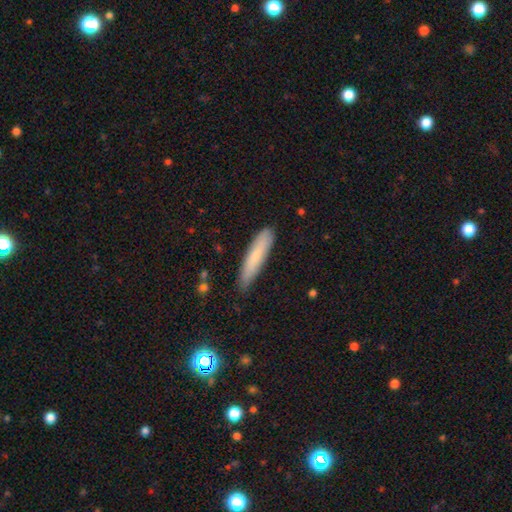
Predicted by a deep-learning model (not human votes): The model was most divided on "smooth or featured": smooth: 73%, featured or disk: 21%, star or artifact: 7%. More confident: how rounded — cigar-shaped (84%); merging — none (78%).